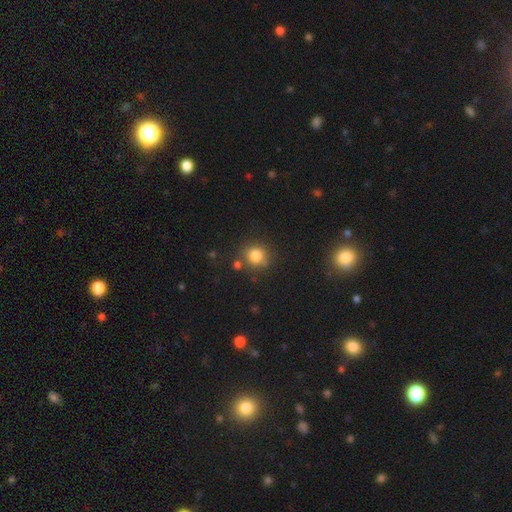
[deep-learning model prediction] smooth_or_featured: smooth (p=0.81) [alt: star or artifact p=0.12]
how_rounded: round (p=0.86) [alt: in between p=0.13]
merging: none (p=0.75) [alt: minor disturbance p=0.13]